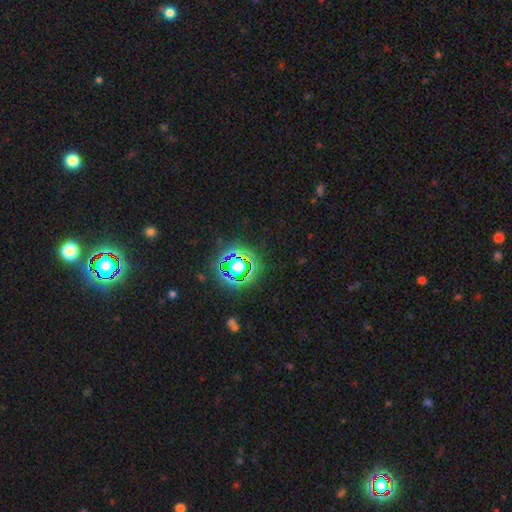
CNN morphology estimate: This is likely a star or artifact rather than a galaxy (79%).